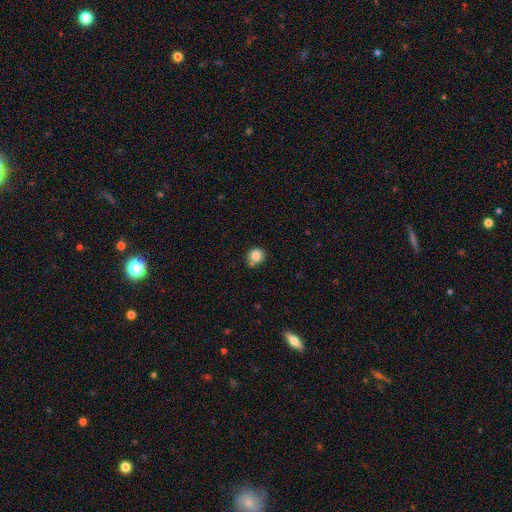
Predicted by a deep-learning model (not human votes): Q: Smooth or featured?
A: smooth (84%); runner-up: star or artifact (10%)
Q: How rounded?
A: round (86%); runner-up: in between (13%)
Q: Merging?
A: none (65%); runner-up: minor disturbance (17%)